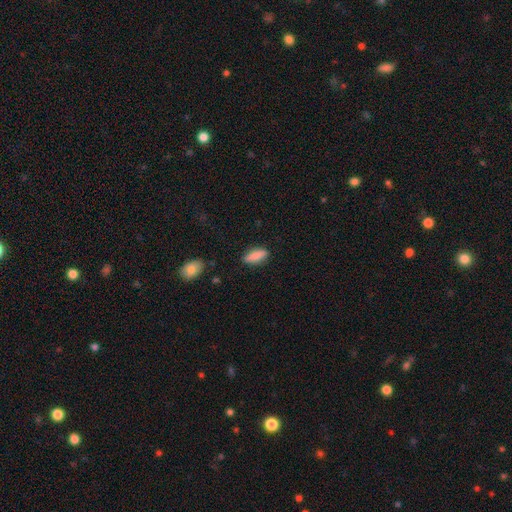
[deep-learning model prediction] Smooth or featured?
  - smooth: 86% *
  - featured or disk: 7%
  - star or artifact: 6%
How rounded?
  - in between: 67% *
  - cigar-shaped: 31%
  - round: 2%
Merging?
  - none: 85% *
  - minor disturbance: 11%
  - major disturbance: 2%
  - merger: 2%